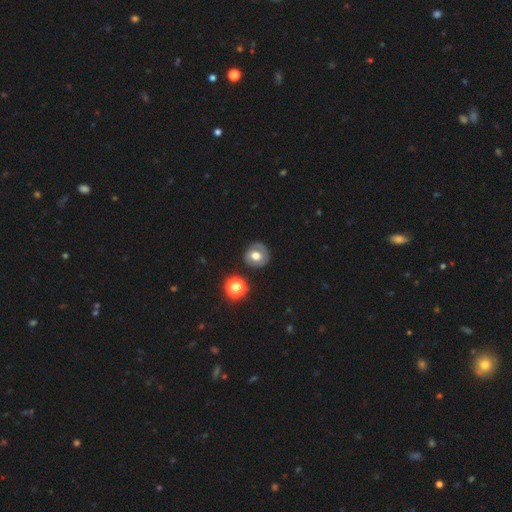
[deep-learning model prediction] Smooth or featured?
  - smooth: 54% *
  - featured or disk: 36%
  - star or artifact: 10%
How rounded?
  - round: 87% *
  - in between: 12%
  - cigar-shaped: 1%
Merging?
  - none: 81% *
  - minor disturbance: 12%
  - major disturbance: 4%
  - merger: 3%